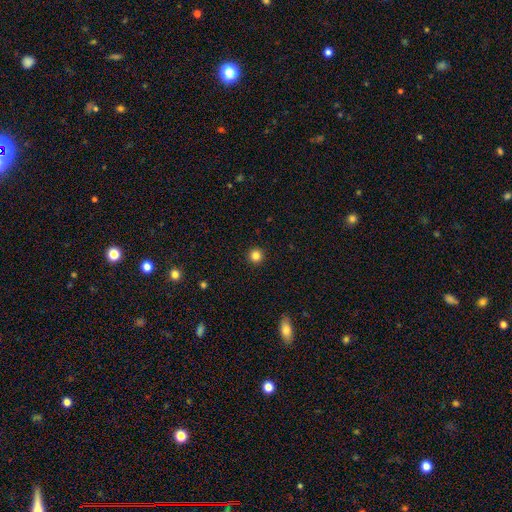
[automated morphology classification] smooth_or_featured: smooth (p=0.83) [alt: star or artifact p=0.12]
how_rounded: round (p=0.96) [alt: in between p=0.03]
merging: none (p=0.93) [alt: minor disturbance p=0.04]